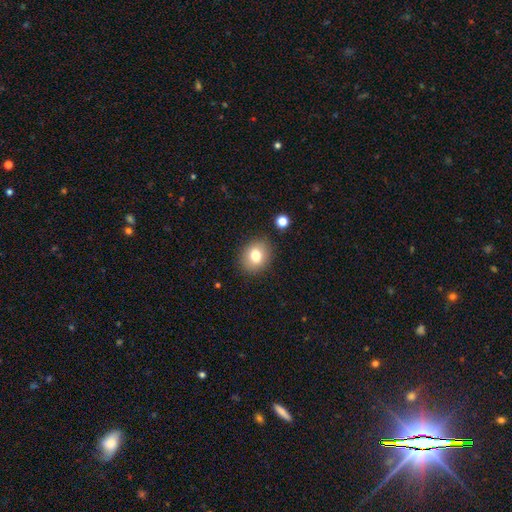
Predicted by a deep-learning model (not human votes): Overall: smooth (78%). How rounded: round (61%; in between 38%). Merging: none (87%).